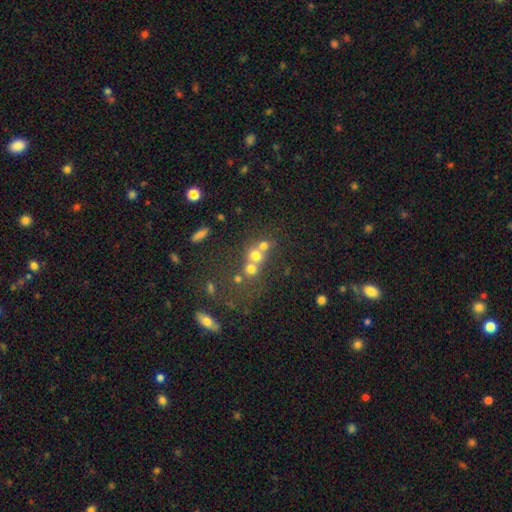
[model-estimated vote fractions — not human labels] Smooth or featured? Predicted: smooth (p=0.63). How rounded? Predicted: round (p=0.80). Merging? Predicted: merger (p=0.54).